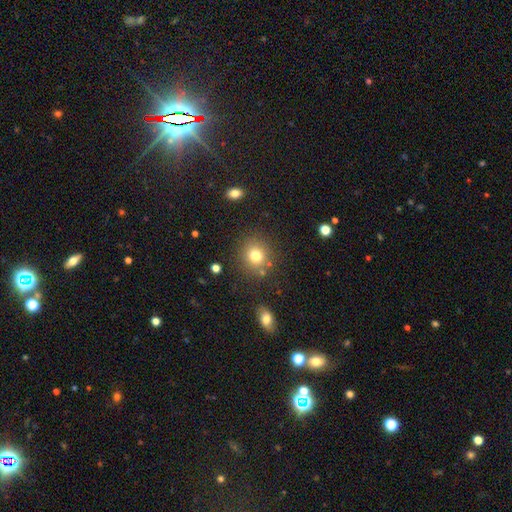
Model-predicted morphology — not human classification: This appears to be a smooth galaxy with no disk features (78%) that is round (87%). Merging: none (82%).